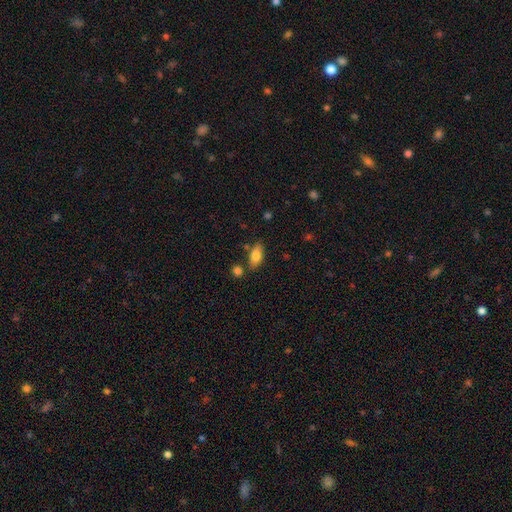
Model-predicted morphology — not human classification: The model was most divided on "merging": none: 74%, minor disturbance: 14%, merger: 9%, major disturbance: 3%. More confident: how rounded — in between (87%); smooth or featured — smooth (79%).